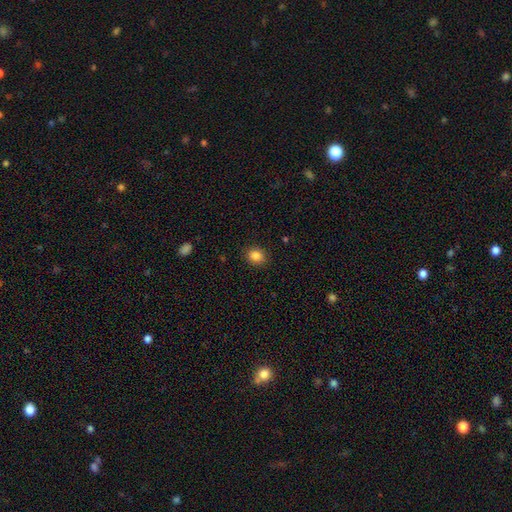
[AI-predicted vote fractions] Q: Smooth or featured?
A: smooth (86%); runner-up: star or artifact (10%)
Q: How rounded?
A: round (62%); runner-up: in between (37%)
Q: Merging?
A: none (89%); runner-up: minor disturbance (8%)